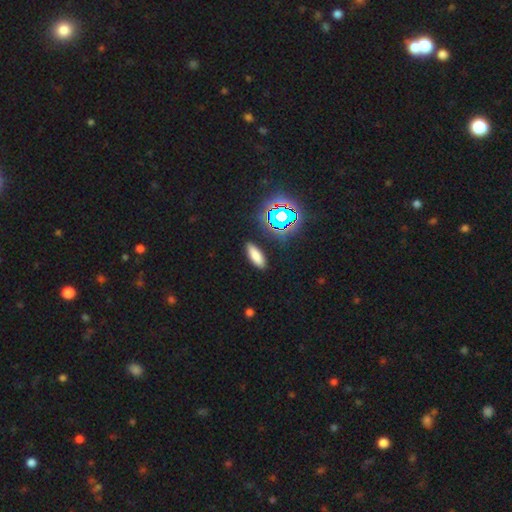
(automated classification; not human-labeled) Smooth or featured? Predicted: smooth (p=0.71). How rounded? Predicted: in between (p=0.59). Merging? Predicted: none (p=0.89).